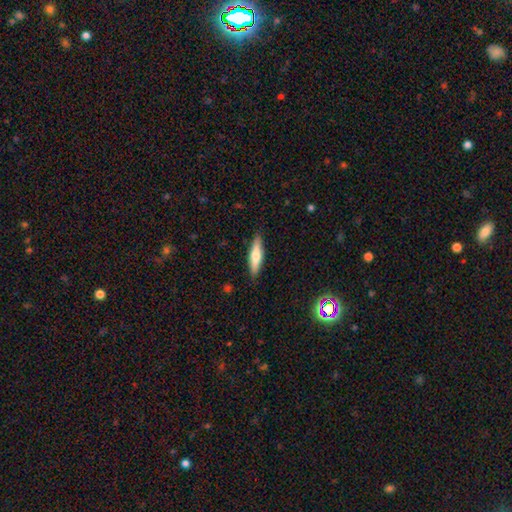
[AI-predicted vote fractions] Morphology: type=smooth (57%); roundness=cigar-shaped (73%); merging=none (89%).